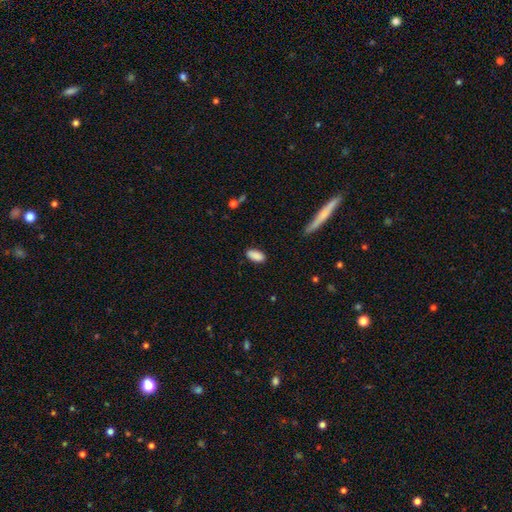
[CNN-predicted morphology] smooth-or-featured: smooth: 89% | star or artifact: 7% | featured or disk: 4%
  how-rounded: in between: 88% | cigar-shaped: 9% | round: 2%
  merging: none: 86% | minor disturbance: 11% | major disturbance: 2% | merger: 1%